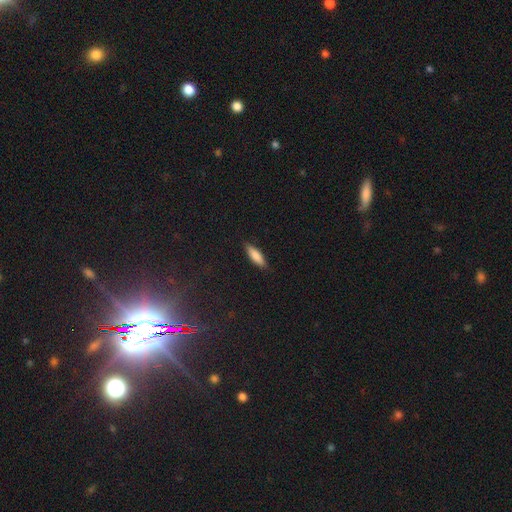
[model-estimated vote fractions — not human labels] Overall: smooth (82%). How rounded: cigar-shaped (59%; in between 40%). Merging: none (87%).